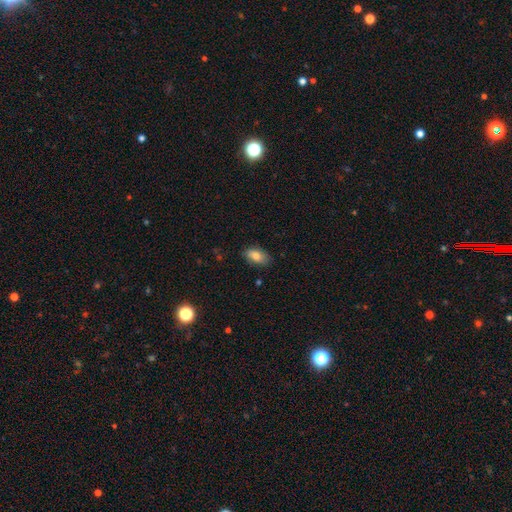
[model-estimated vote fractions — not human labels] Q: Smooth or featured?
A: smooth (82%); runner-up: featured or disk (10%)
Q: How rounded?
A: in between (91%); runner-up: round (5%)
Q: Merging?
A: none (79%); runner-up: minor disturbance (17%)